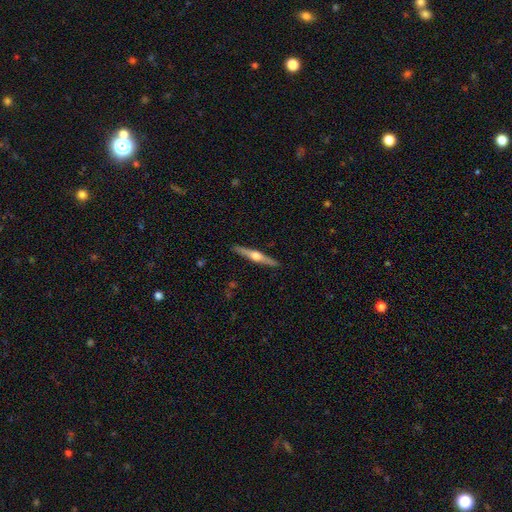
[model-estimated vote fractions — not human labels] featured or disk 75%, smooth 20%, star or artifact 5%. Down the decision tree: edge-on disk — yes (98%); edge-on bulge — rounded (94%); merging — none (91%).